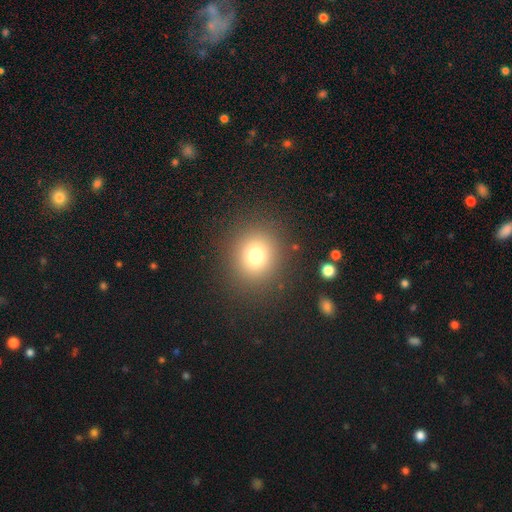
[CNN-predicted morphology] This is likely a smooth galaxy (74%). How rounded: clearly round (82%). Merging: clearly none (90%).